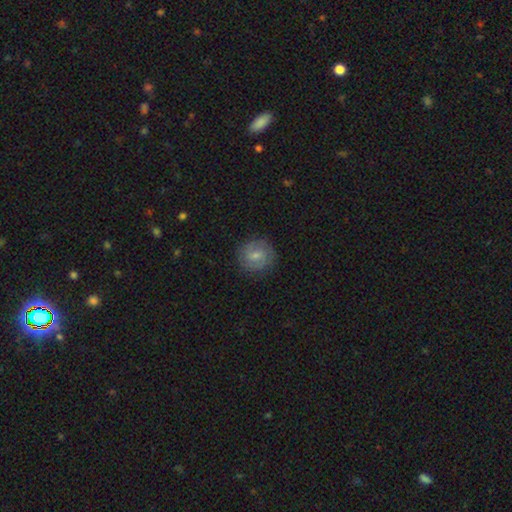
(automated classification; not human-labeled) This appears to be a featured or disk galaxy (47%). Merging: none (83%).